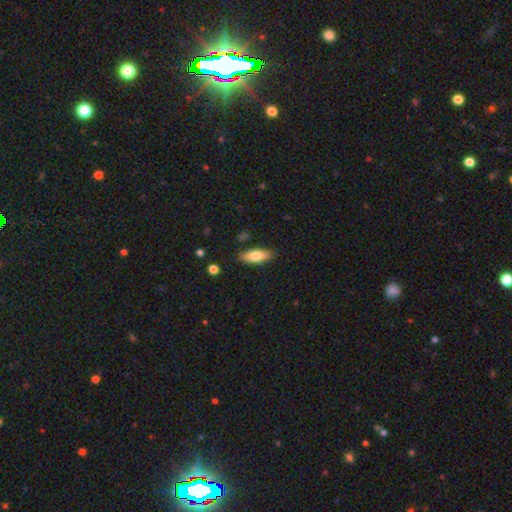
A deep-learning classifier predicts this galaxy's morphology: type=smooth (78%); roundness=in between (70%); merging=none (85%).